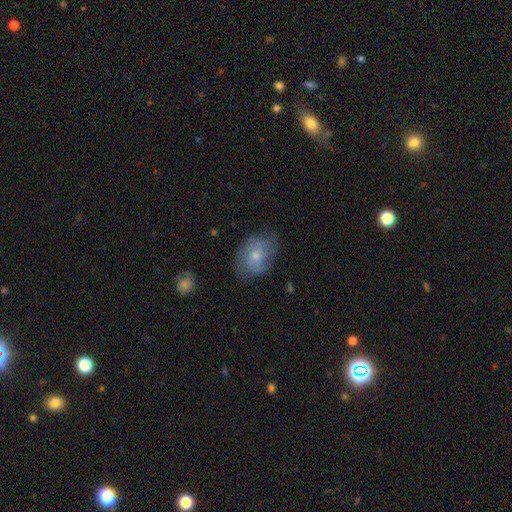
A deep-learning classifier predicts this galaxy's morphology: Smooth or featured? Predicted: smooth (p=0.56). How rounded? Predicted: in between (p=0.73). Merging? Predicted: none (p=0.66).